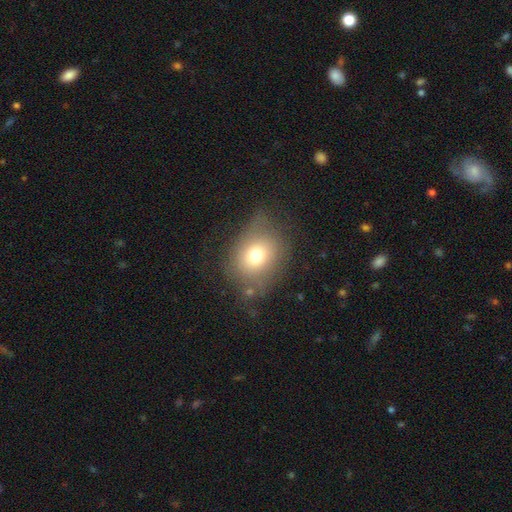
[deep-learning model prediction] smooth_or_featured: smooth (p=0.71) [alt: featured or disk p=0.17]
how_rounded: round (p=0.50) [alt: in between p=0.49]
merging: none (p=0.60) [alt: minor disturbance p=0.25]